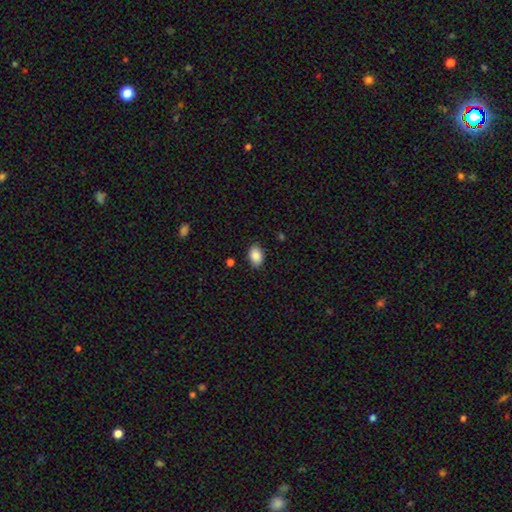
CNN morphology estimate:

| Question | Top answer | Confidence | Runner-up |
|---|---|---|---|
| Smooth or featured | smooth | 88% | star or artifact (8%) |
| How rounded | in between | 83% | round (16%) |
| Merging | none | 84% | minor disturbance (12%) |